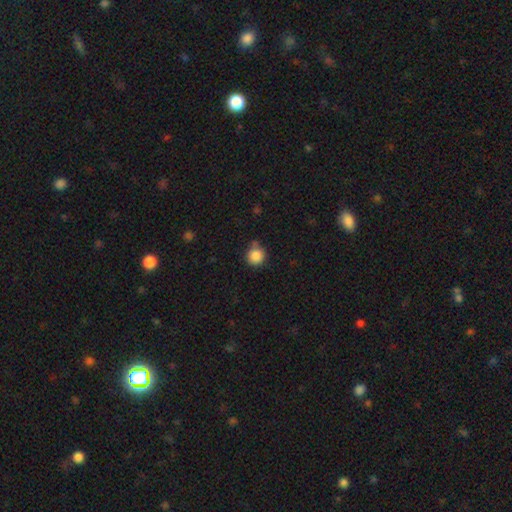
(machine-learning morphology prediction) Smooth or featured?
  - smooth: 87% *
  - star or artifact: 10%
  - featured or disk: 4%
How rounded?
  - round: 94% *
  - in between: 5%
  - cigar-shaped: 1%
Merging?
  - none: 74% *
  - minor disturbance: 15%
  - merger: 7%
  - major disturbance: 4%